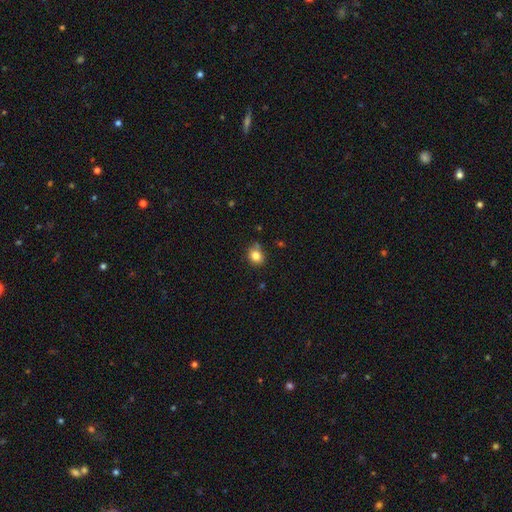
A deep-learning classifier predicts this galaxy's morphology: smooth_or_featured: smooth (p=0.82) [alt: star or artifact p=0.11]
how_rounded: round (p=0.67) [alt: in between p=0.32]
merging: none (p=0.73) [alt: minor disturbance p=0.18]